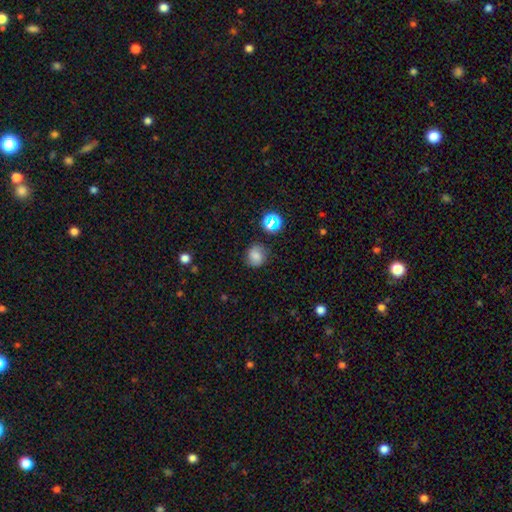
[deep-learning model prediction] Smooth or featured?
  - smooth: 72% *
  - star or artifact: 16%
  - featured or disk: 11%
How rounded?
  - round: 82% *
  - in between: 17%
  - cigar-shaped: 1%
Merging?
  - none: 79% *
  - minor disturbance: 14%
  - major disturbance: 4%
  - merger: 3%